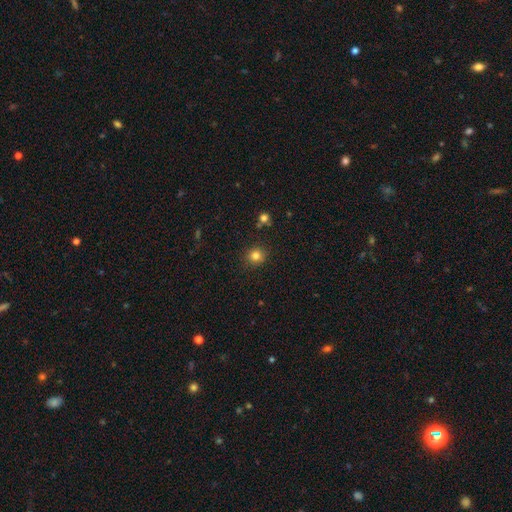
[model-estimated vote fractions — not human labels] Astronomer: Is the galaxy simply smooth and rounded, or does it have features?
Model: smooth — 82%.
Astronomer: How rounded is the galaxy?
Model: round — 89%.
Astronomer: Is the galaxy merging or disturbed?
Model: none — 89%.